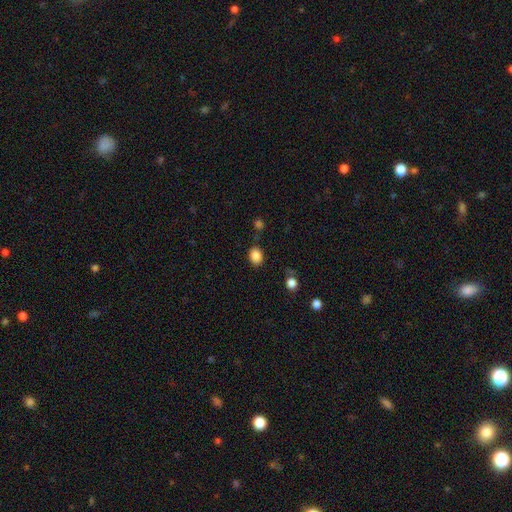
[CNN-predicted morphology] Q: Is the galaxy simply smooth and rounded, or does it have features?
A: smooth — 87%.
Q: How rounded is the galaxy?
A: in between — 62%.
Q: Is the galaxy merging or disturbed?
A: none — 80%.